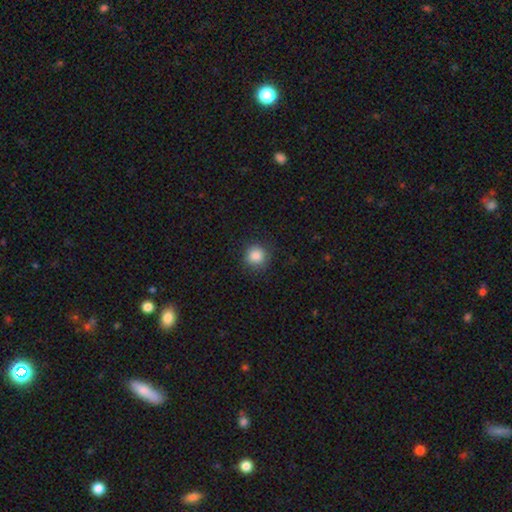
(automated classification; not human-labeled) Overall: smooth (86%). How rounded: round (93%). Merging: none (86%).